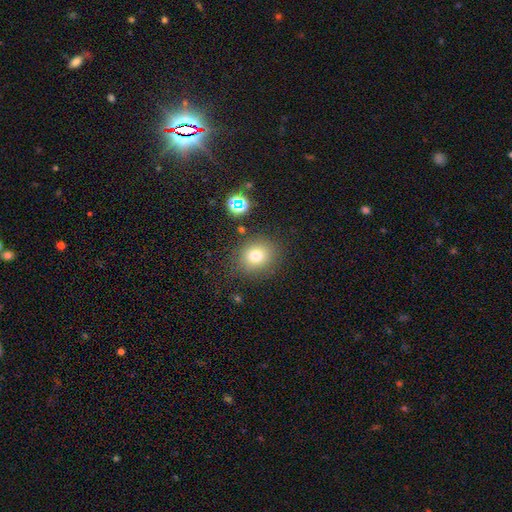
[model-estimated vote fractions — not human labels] Morphology: type=smooth (77%); roundness=round (74%); merging=none (82%).